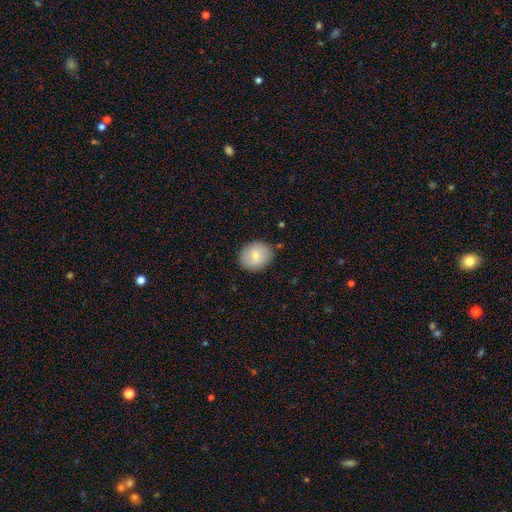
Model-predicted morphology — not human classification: A smooth galaxy with no disk features (70%) that is round (64%). Merging: none (84%).